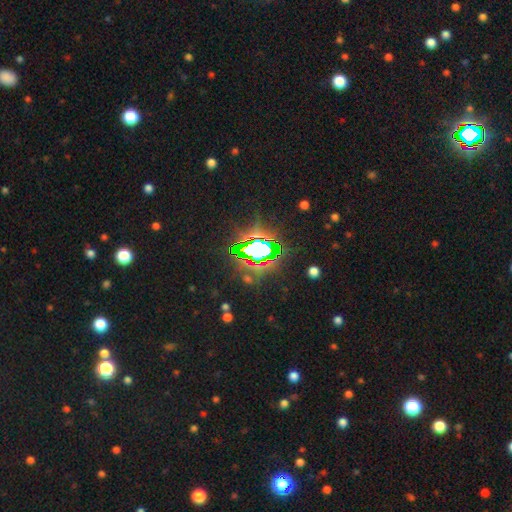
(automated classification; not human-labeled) Smooth or featured? Predicted: star or artifact (p=0.77).